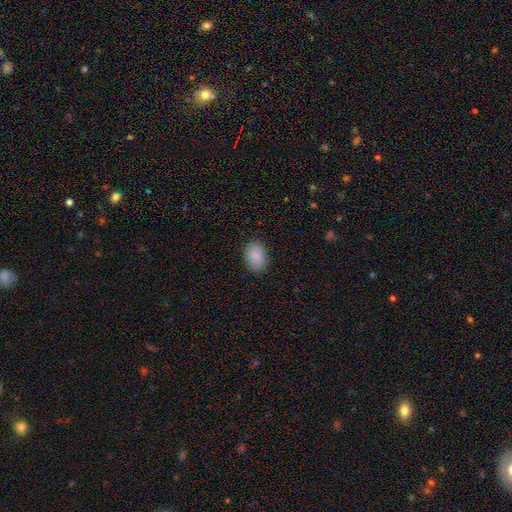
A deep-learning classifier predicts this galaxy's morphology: smooth-or-featured: smooth: 87% | star or artifact: 7% | featured or disk: 6%
  how-rounded: in between: 80% | round: 19% | cigar-shaped: 1%
  merging: none: 86% | minor disturbance: 11% | major disturbance: 3% | merger: 1%